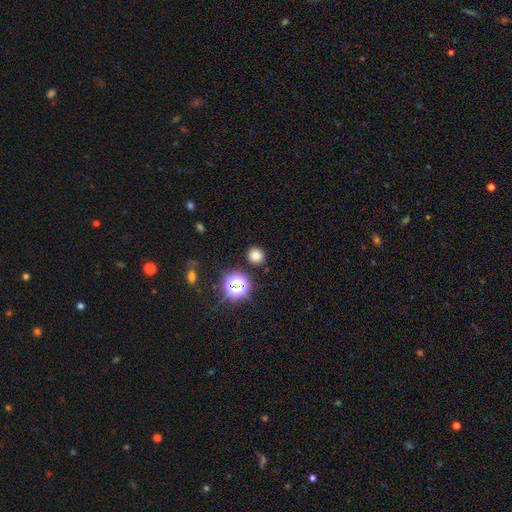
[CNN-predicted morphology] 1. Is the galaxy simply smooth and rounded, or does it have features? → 74% smooth, 20% star or artifact, 6% featured or disk.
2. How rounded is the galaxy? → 84% round, 15% in between, 1% cigar-shaped.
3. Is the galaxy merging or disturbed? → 88% none, 7% minor disturbance, 3% major disturbance, 3% merger.